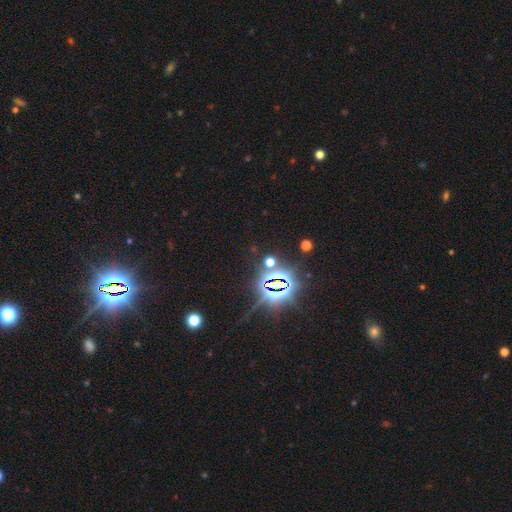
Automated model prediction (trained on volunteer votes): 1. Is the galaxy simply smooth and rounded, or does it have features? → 86% star or artifact, 8% smooth, 7% featured or disk.